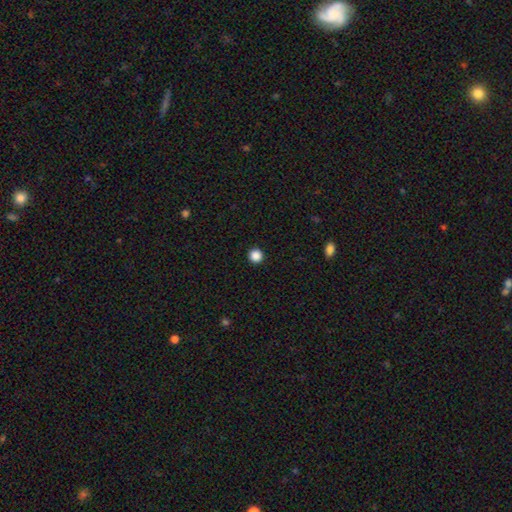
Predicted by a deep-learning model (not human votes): smooth-or-featured: smooth: 87% | star or artifact: 10% | featured or disk: 2%
  how-rounded: round: 96% | in between: 3% | cigar-shaped: 1%
  merging: none: 94% | minor disturbance: 4% | major disturbance: 1% | merger: 1%